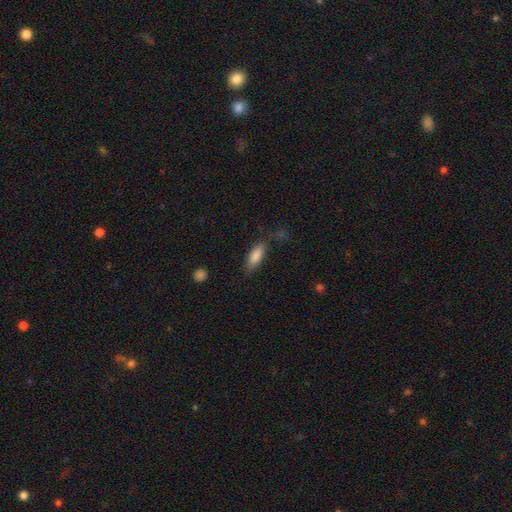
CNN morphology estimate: A smooth galaxy with no disk features (82%) that is in between round and cigar-shaped (63%). Merging: none (71%).